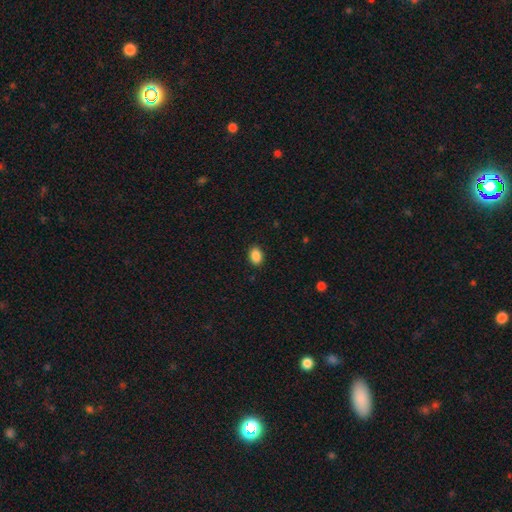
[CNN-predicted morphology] smooth 89%, star or artifact 8%, featured or disk 3%. Down the decision tree: how rounded — in between (82%); merging — none (89%).